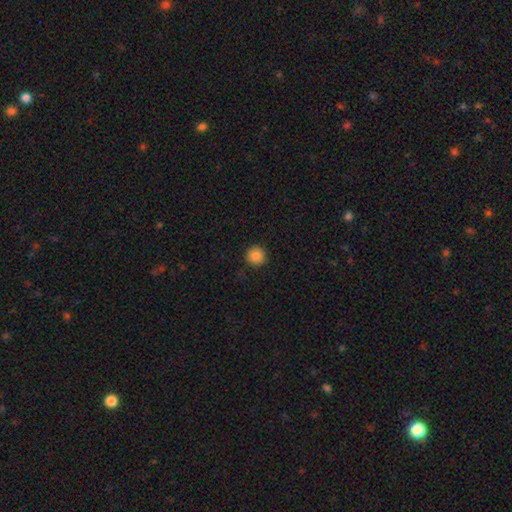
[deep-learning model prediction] This appears to be a smooth galaxy with no disk features (85%) that is round (95%). Merging: none (92%).